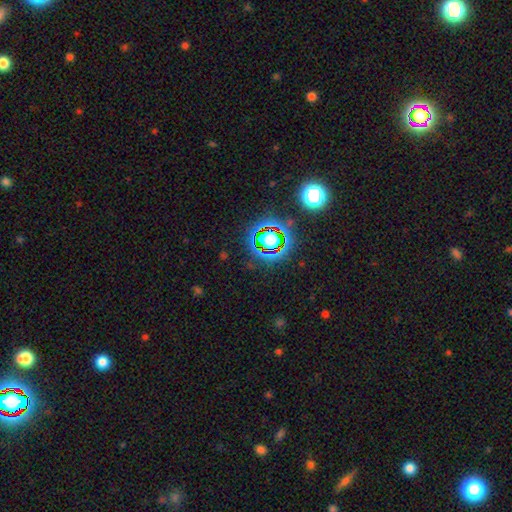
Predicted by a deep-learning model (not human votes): This is likely a star or artifact rather than a galaxy (78%).